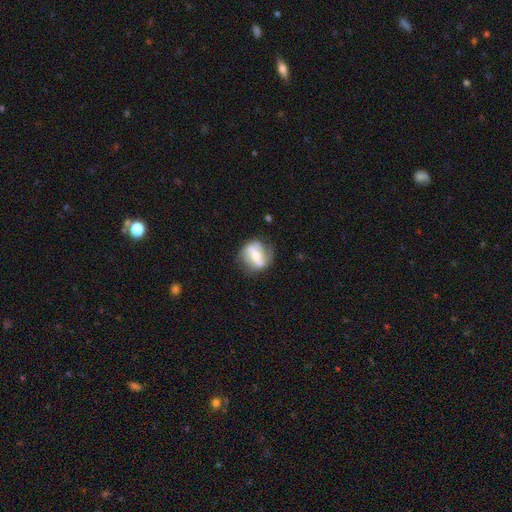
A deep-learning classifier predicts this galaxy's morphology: A featured or disk galaxy (70%) with a strong bar (44%), 2 (80%) loose (43%) spiral arms (82%) and a moderate central bulge (59%). Merging: none (73%).